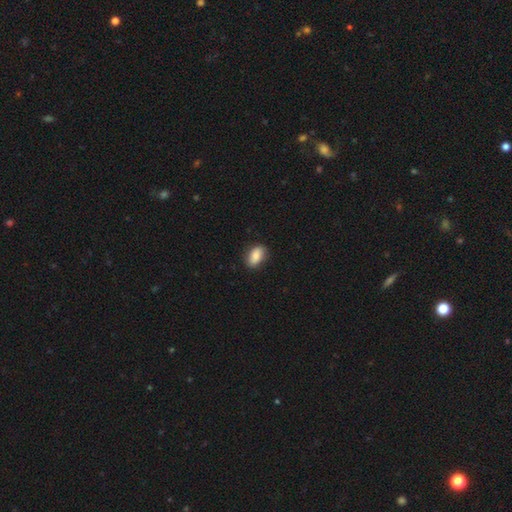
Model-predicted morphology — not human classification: The model was most divided on "merging": none: 83%, minor disturbance: 14%, major disturbance: 3%, merger: 1%. More confident: how rounded — in between (89%); smooth or featured — smooth (84%).